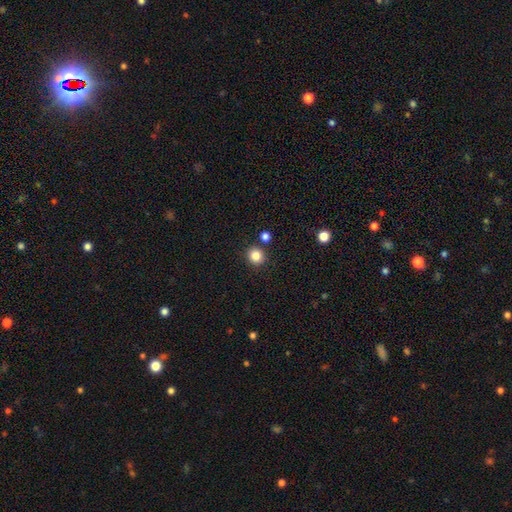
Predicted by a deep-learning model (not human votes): A smooth galaxy with no disk features (84%) that is round (90%).

Vote fractions:
- Smooth or featured? smooth: 84% / star or artifact: 12% / featured or disk: 4%
- How rounded? round: 90% / in between: 9% / cigar-shaped: 1%
- Merging? none: 85% / minor disturbance: 7% / merger: 6% / major disturbance: 2%